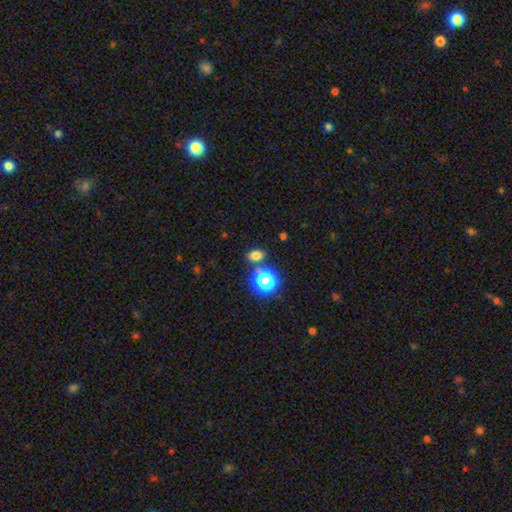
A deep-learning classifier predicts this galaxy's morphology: Q: Smooth or featured?
A: smooth (73%); runner-up: star or artifact (20%)
Q: How rounded?
A: in between (64%); runner-up: round (35%)
Q: Merging?
A: none (69%); runner-up: merger (17%)